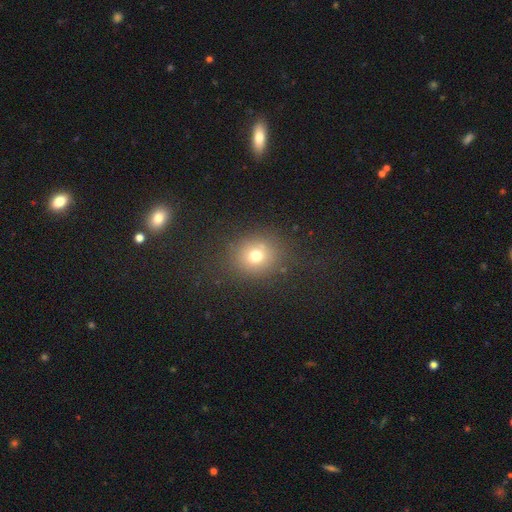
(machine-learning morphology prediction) Smooth or featured?
  - smooth: 71% *
  - star or artifact: 18%
  - featured or disk: 11%
How rounded?
  - round: 79% *
  - in between: 20%
  - cigar-shaped: 1%
Merging?
  - none: 80% *
  - minor disturbance: 11%
  - major disturbance: 7%
  - merger: 3%